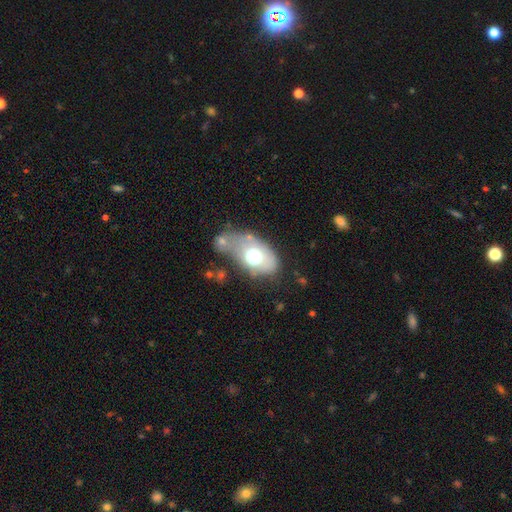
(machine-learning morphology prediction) smooth_or_featured: smooth (p=0.51) [alt: featured or disk p=0.37]
how_rounded: in between (p=0.83) [alt: round p=0.14]
merging: none (p=0.29) [alt: major disturbance p=0.27]